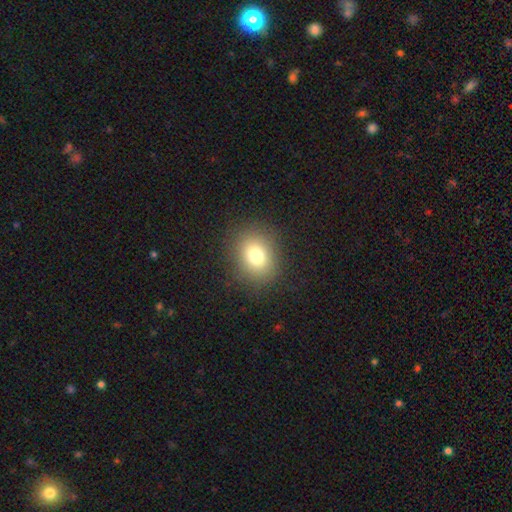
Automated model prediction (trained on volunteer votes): Q: Smooth or featured?
A: smooth (77%); runner-up: star or artifact (13%)
Q: How rounded?
A: round (59%); runner-up: in between (40%)
Q: Merging?
A: none (86%); runner-up: minor disturbance (9%)